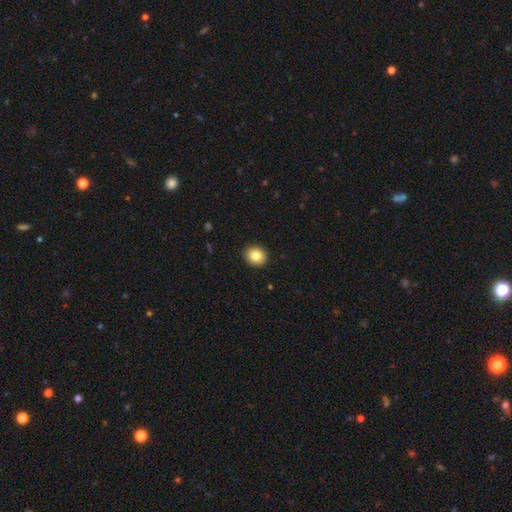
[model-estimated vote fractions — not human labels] Morphology: type=smooth (84%); roundness=round (73%); merging=none (92%).